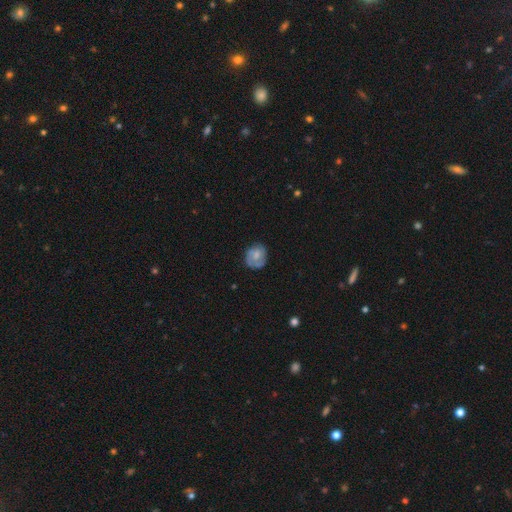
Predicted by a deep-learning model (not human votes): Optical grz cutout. It shows a featured or disk galaxy (51%) with no bar (69%), spiral arms (77%) and a moderate central bulge (39%). Merging: none (71%).